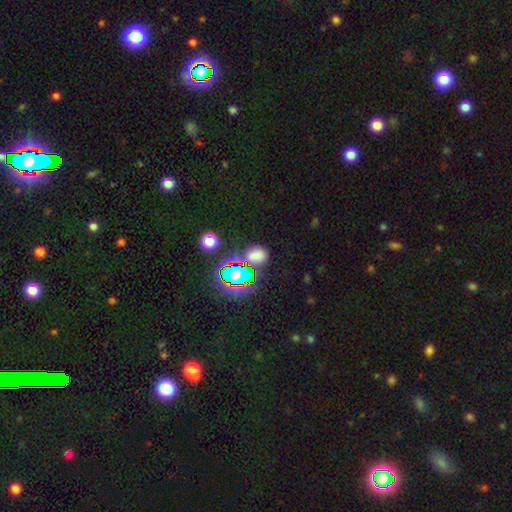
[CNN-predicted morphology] smooth-or-featured: smooth: 60% | star or artifact: 31% | featured or disk: 9%
  how-rounded: in between: 54% | round: 44% | cigar-shaped: 2%
  merging: none: 68% | minor disturbance: 15% | merger: 10% | major disturbance: 7%